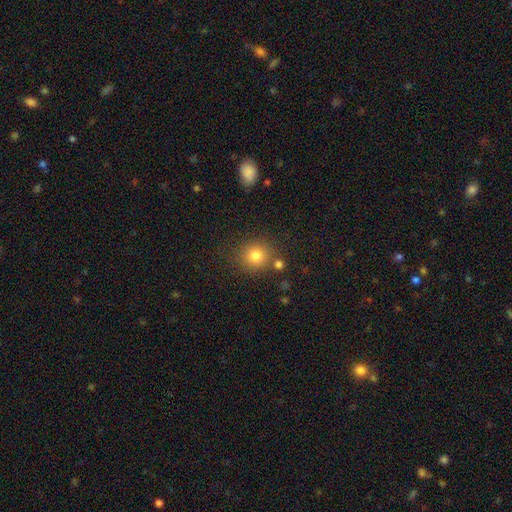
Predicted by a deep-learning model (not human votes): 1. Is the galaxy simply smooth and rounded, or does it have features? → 80% smooth, 13% star or artifact, 7% featured or disk.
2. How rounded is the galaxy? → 88% round, 11% in between, 1% cigar-shaped.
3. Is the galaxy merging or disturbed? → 79% none, 10% minor disturbance, 8% merger, 4% major disturbance.